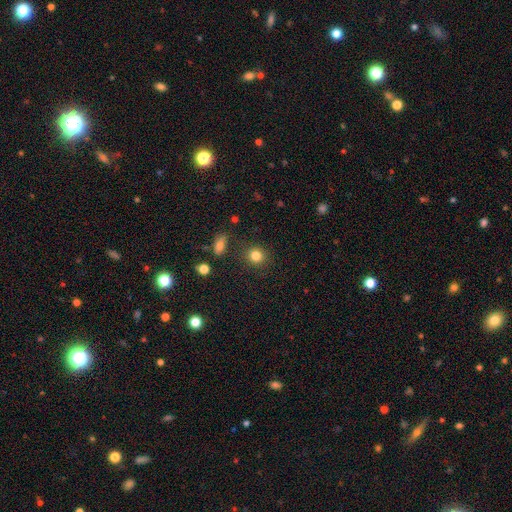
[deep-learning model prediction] Overall: smooth (83%). How rounded: round (87%). Merging: none (86%).